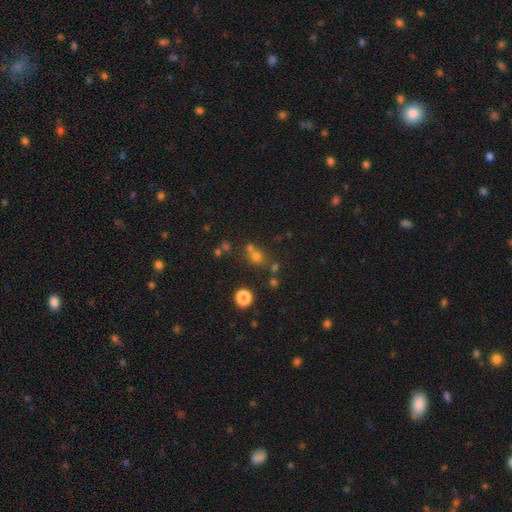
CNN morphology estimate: smooth-or-featured: smooth: 55% | star or artifact: 32% | featured or disk: 13%
  how-rounded: round: 84% | in between: 15% | cigar-shaped: 1%
  merging: none: 57% | merger: 30% | minor disturbance: 8% | major disturbance: 4%